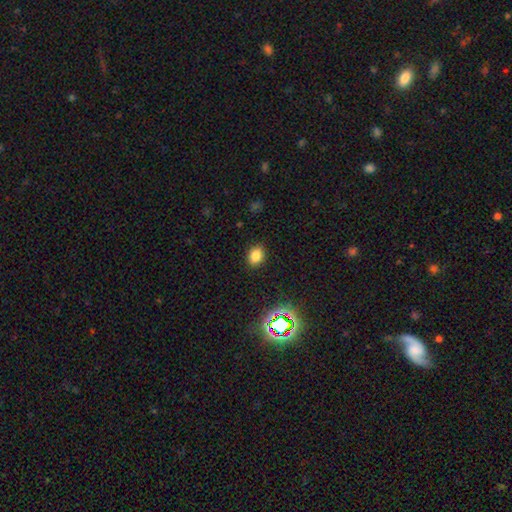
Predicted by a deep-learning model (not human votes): smooth-or-featured: smooth: 81% | star or artifact: 14% | featured or disk: 5%
  how-rounded: in between: 57% | round: 42% | cigar-shaped: 1%
  merging: none: 88% | minor disturbance: 8% | major disturbance: 2% | merger: 1%